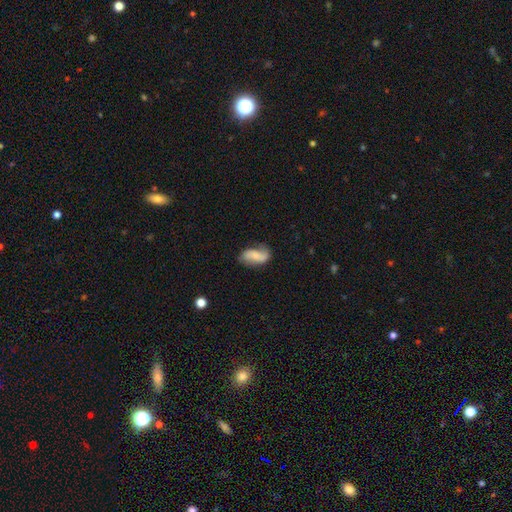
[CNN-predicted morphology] A featured or disk galaxy (48%). Merging: none (64%).